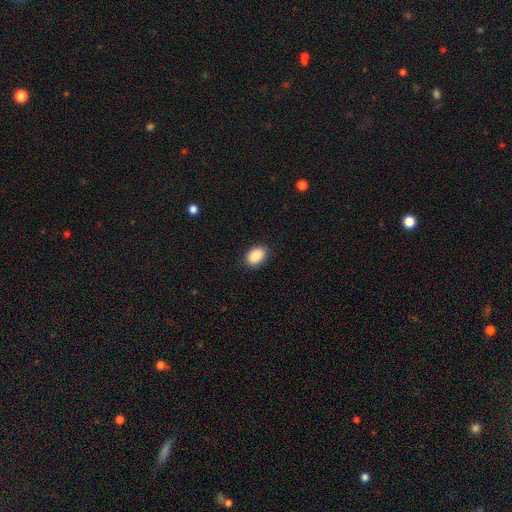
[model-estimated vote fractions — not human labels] Q: Smooth or featured?
A: smooth (90%); runner-up: star or artifact (7%)
Q: How rounded?
A: in between (85%); runner-up: round (14%)
Q: Merging?
A: none (87%); runner-up: minor disturbance (9%)